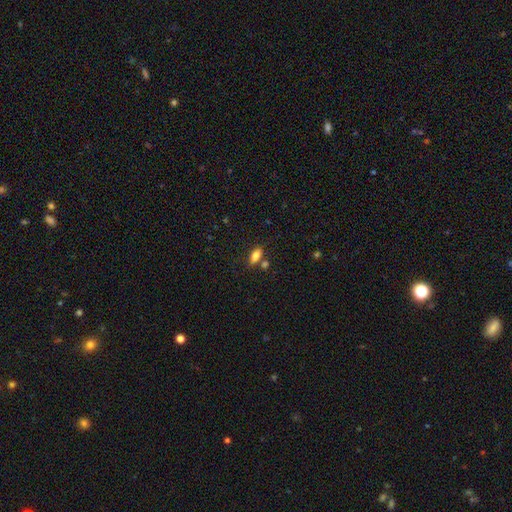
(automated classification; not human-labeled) This is likely a smooth galaxy (73%). How rounded: likely in between (78%). Merging: likely none (70%).